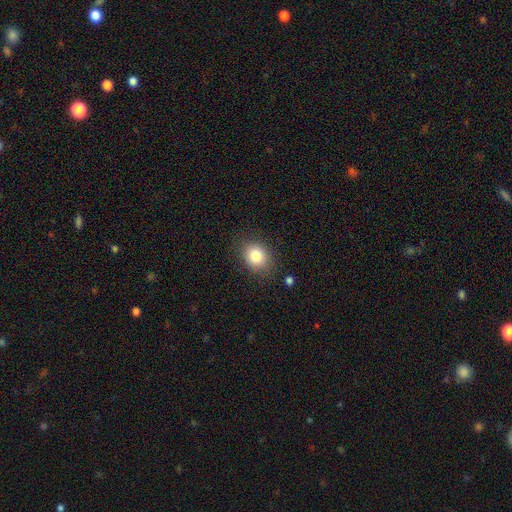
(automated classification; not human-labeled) The model was most divided on "how rounded": round: 56%, in between: 43%, cigar-shaped: 1%. More confident: merging — none (83%); smooth or featured — smooth (82%).